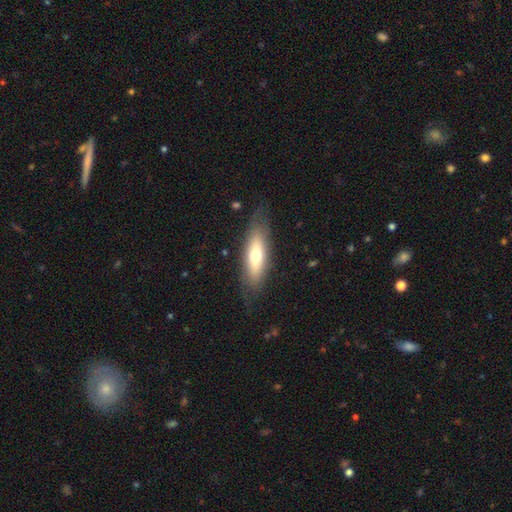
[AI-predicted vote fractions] smooth_or_featured: smooth (p=0.60) [alt: featured or disk p=0.34]
how_rounded: in between (p=0.54) [alt: cigar-shaped p=0.44]
merging: none (p=0.76) [alt: minor disturbance p=0.16]